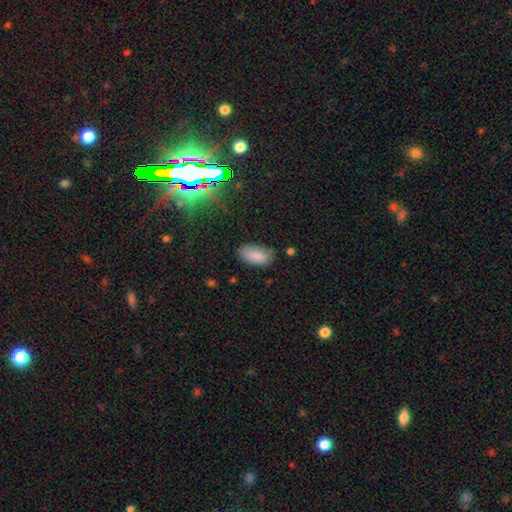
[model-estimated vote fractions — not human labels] Smooth or featured: smooth — 87% (star or artifact — 8%)
How rounded: in between — 94% (cigar-shaped — 3%)
Merging: none — 76% (minor disturbance — 19%)